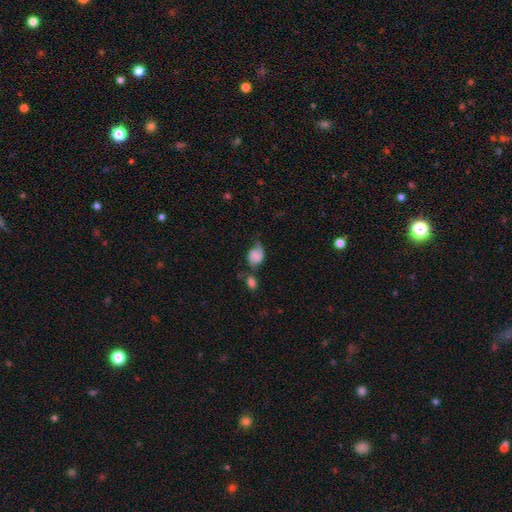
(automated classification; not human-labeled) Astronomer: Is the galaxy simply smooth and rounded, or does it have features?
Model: smooth — 50% (runner-up: featured or disk, 40%).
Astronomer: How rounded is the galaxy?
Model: in between — 65%.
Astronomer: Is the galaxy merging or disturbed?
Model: none — 30% (runner-up: merger, 24%).